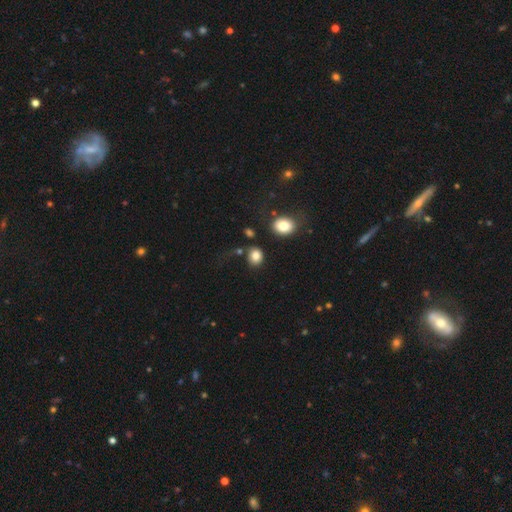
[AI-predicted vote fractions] Overall: smooth (82%). How rounded: round (66%; in between 33%). Merging: none (72%).